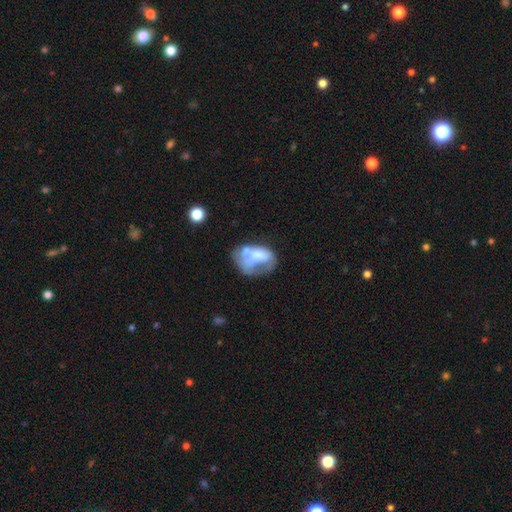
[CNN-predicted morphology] Smooth or featured? Predicted: smooth (p=0.48). Merging? Predicted: major disturbance (p=0.35).